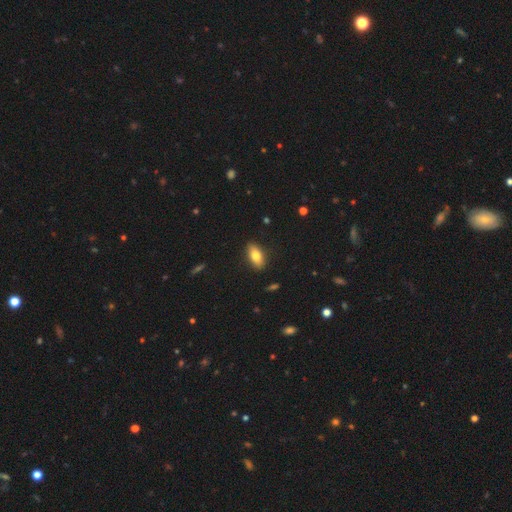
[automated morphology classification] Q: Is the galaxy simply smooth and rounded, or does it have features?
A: smooth — 77%.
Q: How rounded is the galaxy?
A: in between — 86%.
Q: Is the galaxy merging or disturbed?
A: none — 87%.